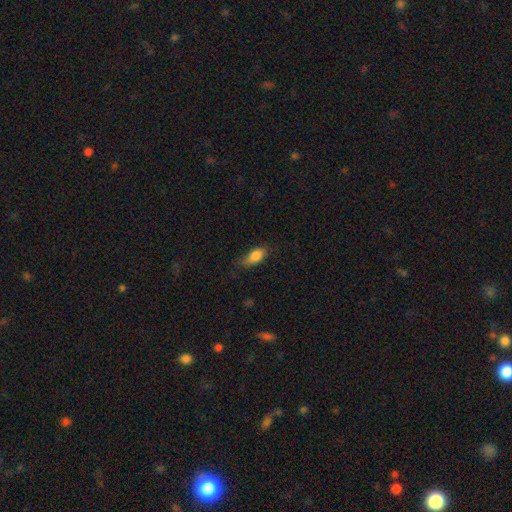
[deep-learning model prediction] Smooth or featured? smooth (82%)
How rounded? in between (84%)
Merging? none (63%)